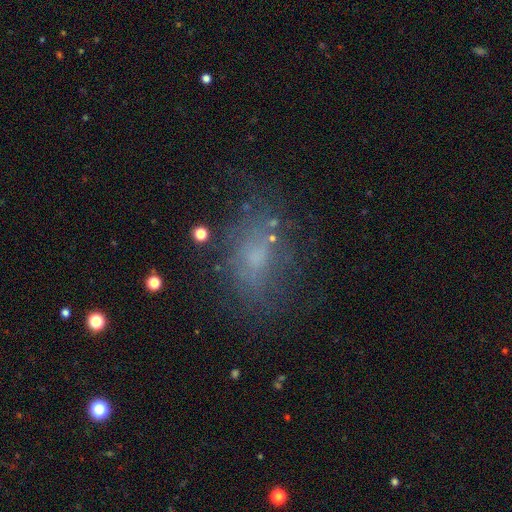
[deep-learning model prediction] This is possibly a smooth galaxy (53%). How rounded: likely in between (77%). Merging: likely none (61%).